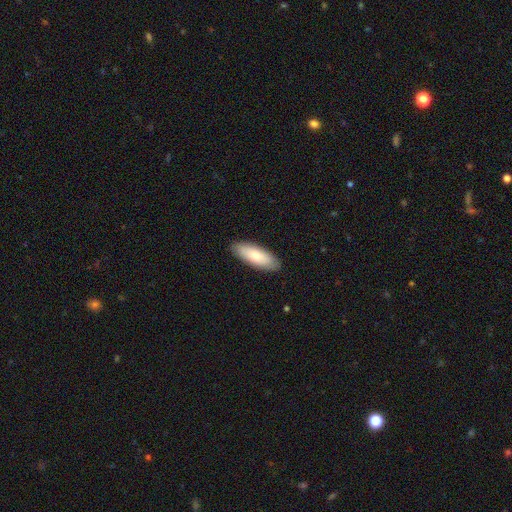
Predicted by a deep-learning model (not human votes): Smooth or featured?
  - smooth: 77% *
  - featured or disk: 18%
  - star or artifact: 5%
How rounded?
  - in between: 69% *
  - cigar-shaped: 29%
  - round: 2%
Merging?
  - none: 88% *
  - minor disturbance: 9%
  - major disturbance: 2%
  - merger: 1%